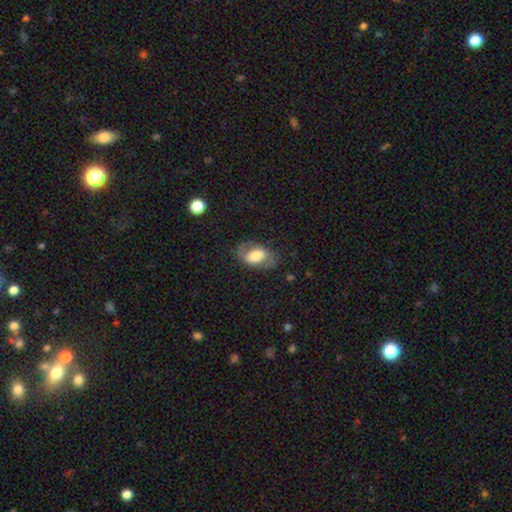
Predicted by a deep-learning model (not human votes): Morphology: type=smooth (49%); merging=none (67%).